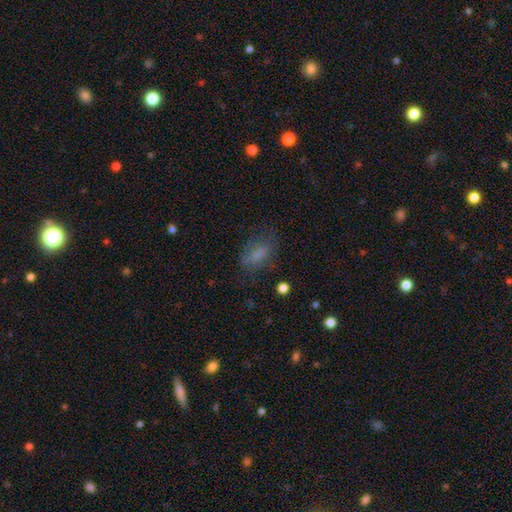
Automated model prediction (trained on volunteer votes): smooth 65%, featured or disk 18%, star or artifact 17%. Down the decision tree: how rounded — in between (80%); merging — none (64%).